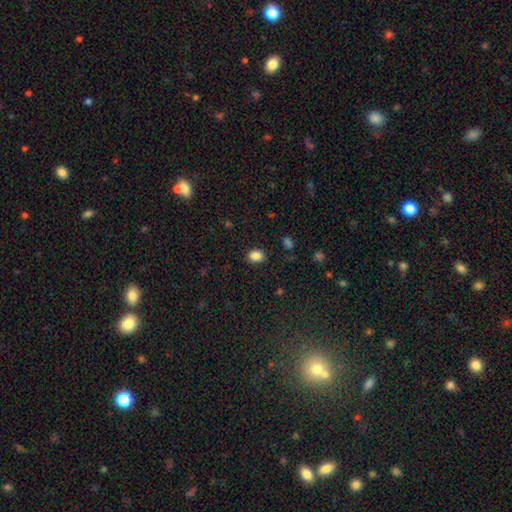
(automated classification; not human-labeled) A smooth galaxy with no disk features (86%) that is in between round and cigar-shaped (62%). Merging: none (86%).